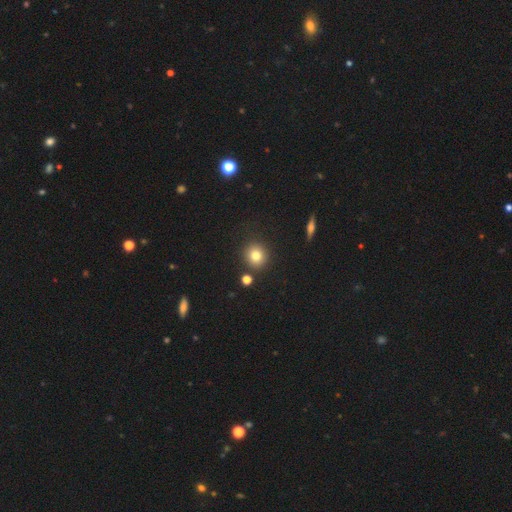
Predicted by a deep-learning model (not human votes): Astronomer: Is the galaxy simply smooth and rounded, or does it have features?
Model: smooth — 80%.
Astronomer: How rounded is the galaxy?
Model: round — 88%.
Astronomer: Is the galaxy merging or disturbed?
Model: none — 85%.